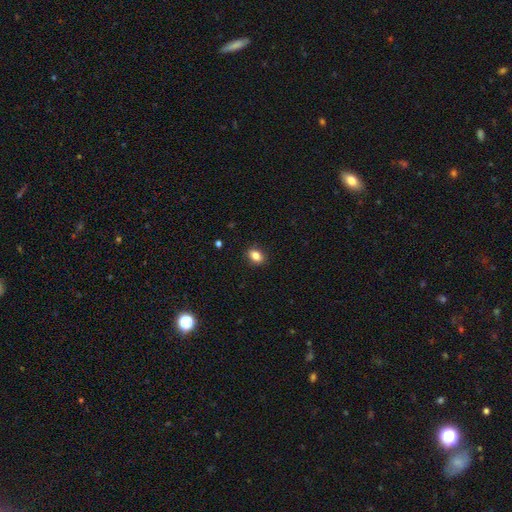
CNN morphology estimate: Smooth or featured? smooth (85%)
How rounded? in between (75%)
Merging? none (88%)